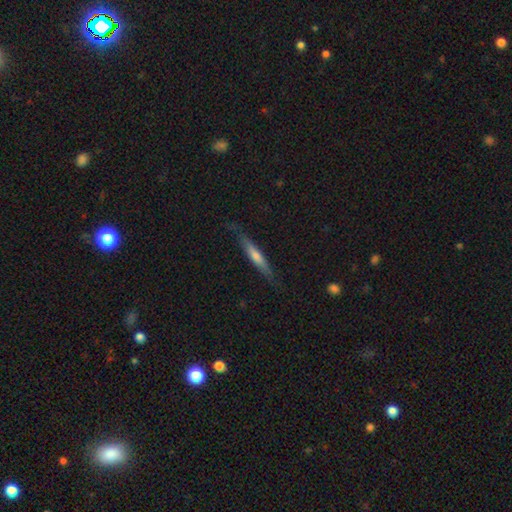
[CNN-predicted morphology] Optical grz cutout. It shows a featured or disk galaxy (55%) viewed edge-on (93%) with a rounded central bulge (54%). Merging: none (81%).